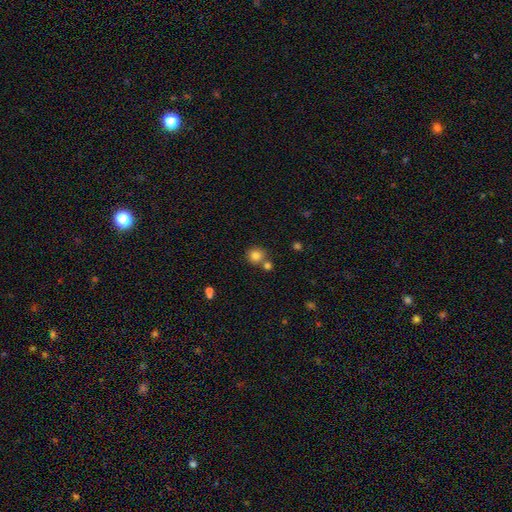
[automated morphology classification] type=smooth (82%); roundness=round (91%); merging=none (66%).